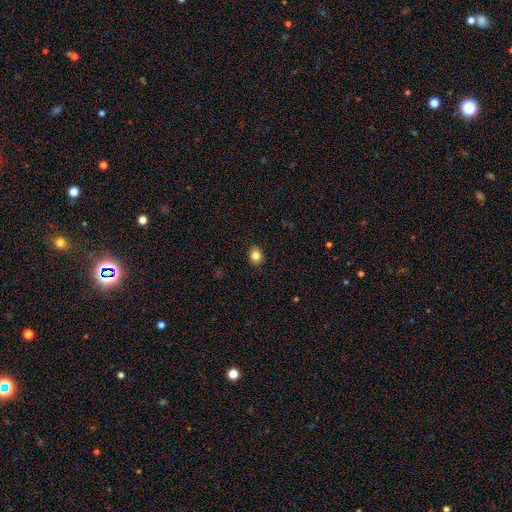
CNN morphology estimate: Smooth or featured: smooth — 84% (star or artifact — 10%)
How rounded: round — 55% (in between — 44%)
Merging: none — 90% (minor disturbance — 8%)